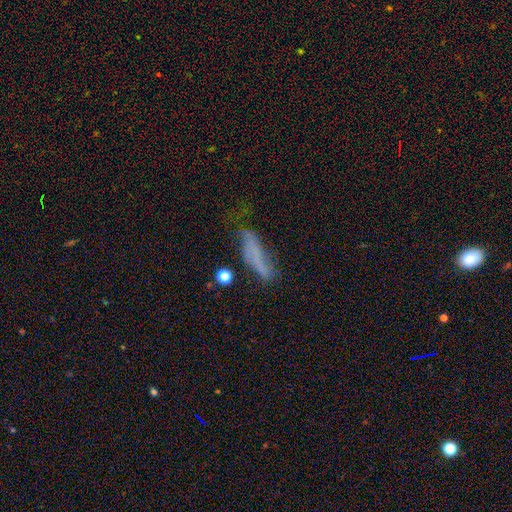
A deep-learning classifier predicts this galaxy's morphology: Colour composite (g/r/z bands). It shows a smooth galaxy with no disk features (53%) that is cigar-shaped (61%). Merging: none (37%).